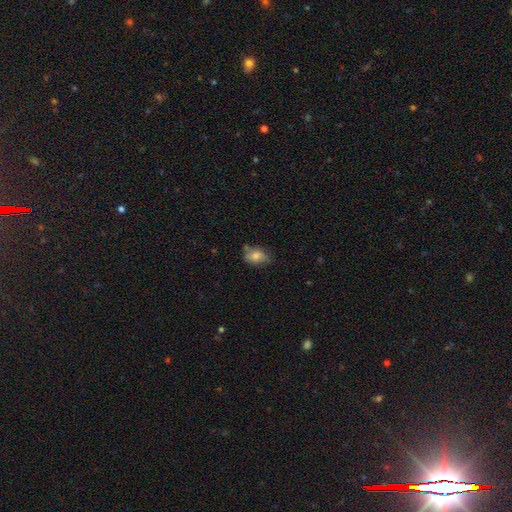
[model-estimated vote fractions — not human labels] A smooth galaxy with no disk features (72%) that is in between round and cigar-shaped (79%). Merging: none (59%).